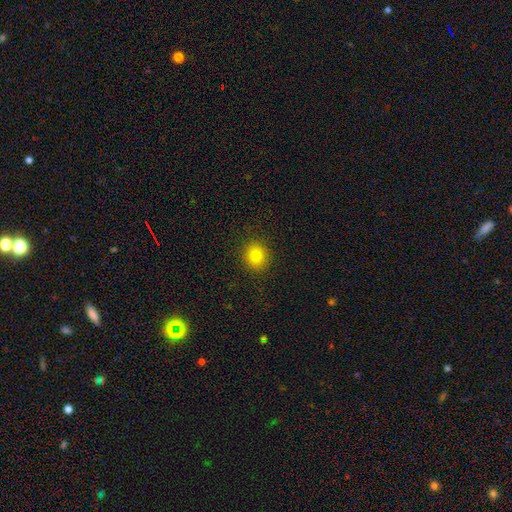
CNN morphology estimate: This is clearly a smooth galaxy (80%). How rounded: clearly round (84%). Merging: clearly none (91%).